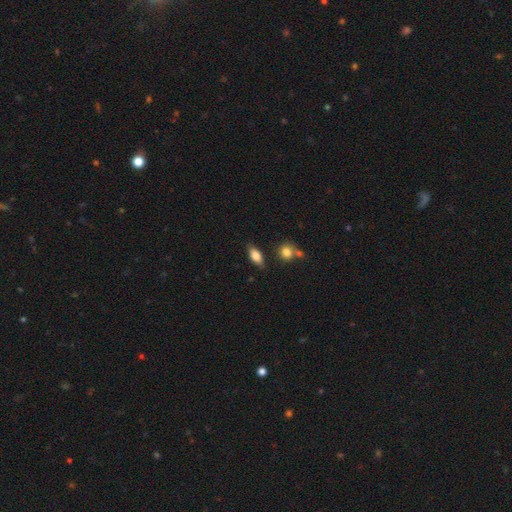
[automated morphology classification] smooth 79%, featured or disk 14%, star or artifact 7%. Down the decision tree: how rounded — in between (84%); merging — none (79%).